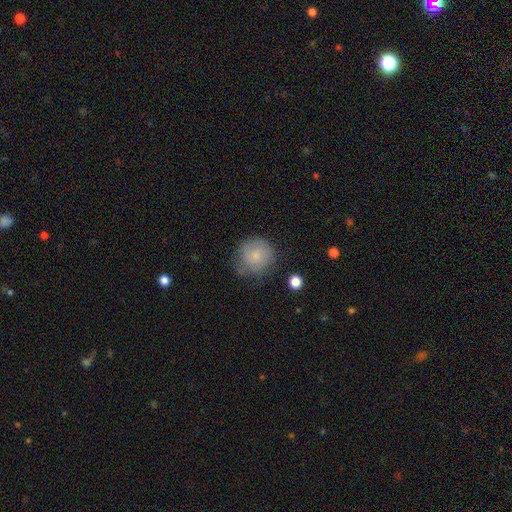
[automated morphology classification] A smooth galaxy with no disk features (70%) that is round (90%).

Vote fractions:
- Smooth or featured? smooth: 70% / featured or disk: 22% / star or artifact: 8%
- How rounded? round: 90% / in between: 9% / cigar-shaped: 1%
- Merging? none: 67% / minor disturbance: 23% / major disturbance: 8% / merger: 3%